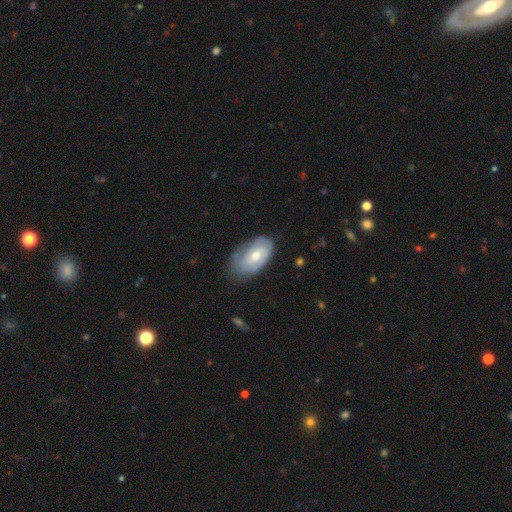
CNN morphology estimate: smooth-or-featured: featured or disk: 50% | smooth: 45% | star or artifact: 6%
  merging: none: 63% | minor disturbance: 28% | major disturbance: 8% | merger: 2%